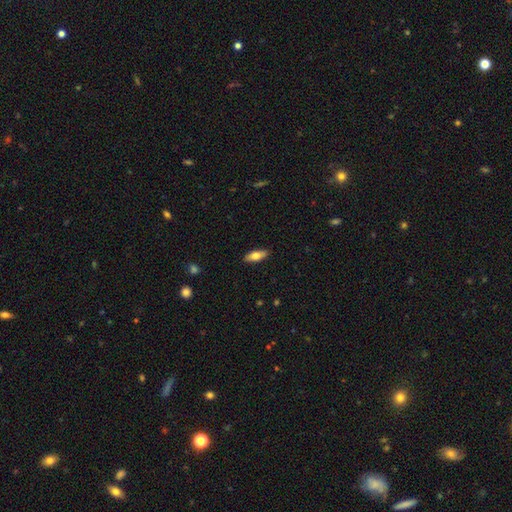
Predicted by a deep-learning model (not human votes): This is likely a smooth galaxy (71%). How rounded: likely in between (69%). Merging: clearly none (89%).